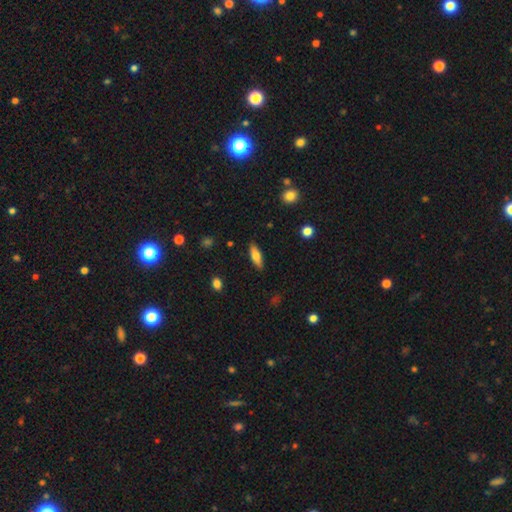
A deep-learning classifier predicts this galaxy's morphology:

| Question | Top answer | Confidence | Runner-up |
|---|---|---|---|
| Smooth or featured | smooth | 72% | featured or disk (21%) |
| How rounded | in between | 57% | cigar-shaped (41%) |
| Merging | none | 88% | minor disturbance (9%) |